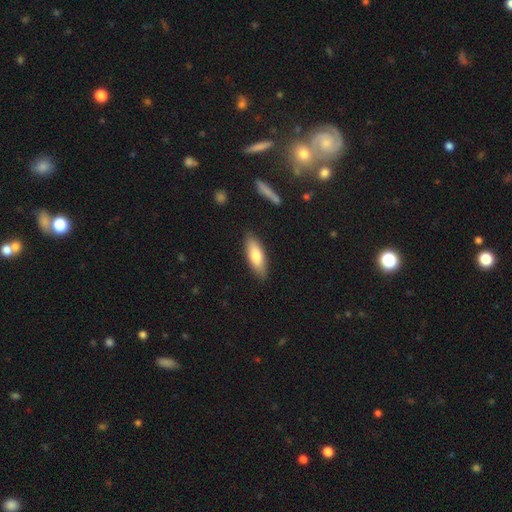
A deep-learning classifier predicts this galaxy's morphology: A smooth galaxy with no disk features (75%) that is in between round and cigar-shaped (61%). Merging: none (85%).